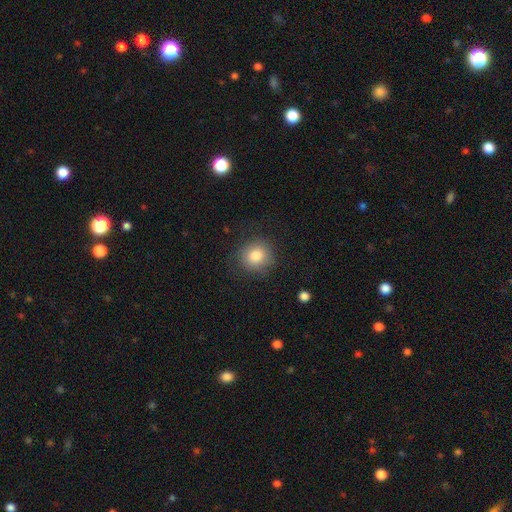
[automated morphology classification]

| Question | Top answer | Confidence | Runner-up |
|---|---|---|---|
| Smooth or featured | smooth | 82% | star or artifact (9%) |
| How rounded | round | 83% | in between (16%) |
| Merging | none | 79% | minor disturbance (14%) |